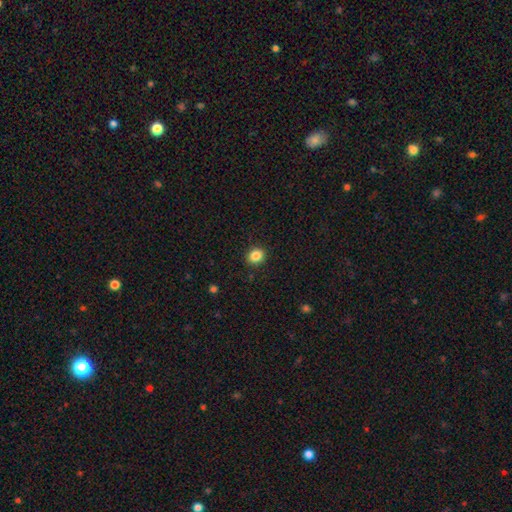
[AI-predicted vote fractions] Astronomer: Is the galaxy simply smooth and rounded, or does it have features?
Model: smooth — 85%.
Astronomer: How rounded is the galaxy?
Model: round — 71%.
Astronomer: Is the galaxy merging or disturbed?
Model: none — 91%.